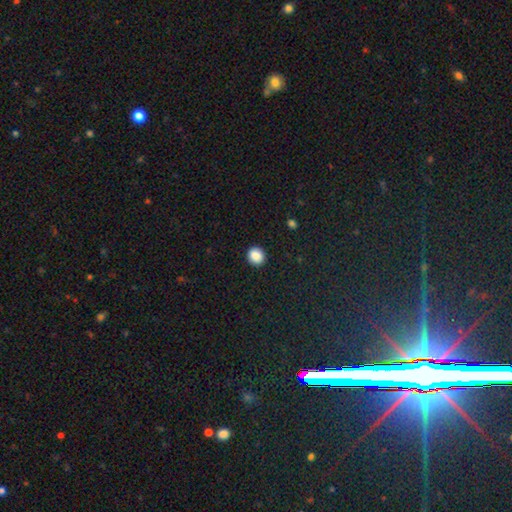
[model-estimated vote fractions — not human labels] This appears to be a smooth galaxy with no disk features (88%) that is round (85%). Merging: none (92%).